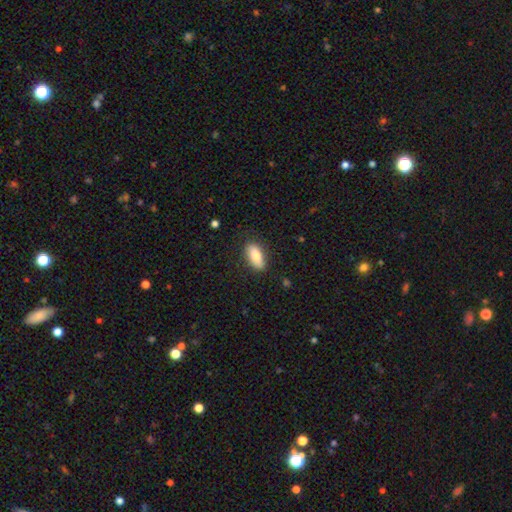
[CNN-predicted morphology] Smooth or featured? Predicted: smooth (p=0.80). How rounded? Predicted: in between (p=0.83). Merging? Predicted: none (p=0.81).